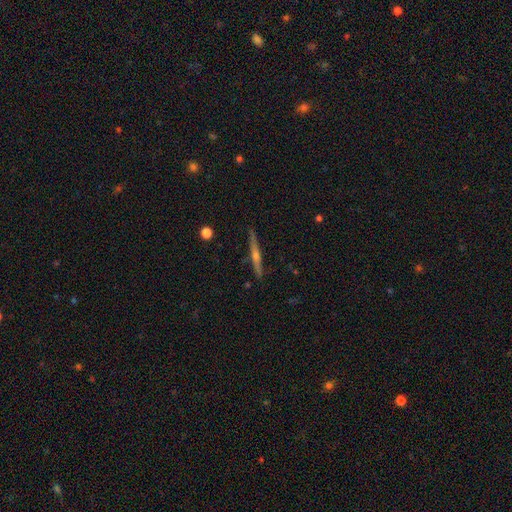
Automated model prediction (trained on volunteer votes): A featured or disk galaxy (76%) viewed edge-on (98%) with a rounded central bulge (86%). Merging: none (90%).